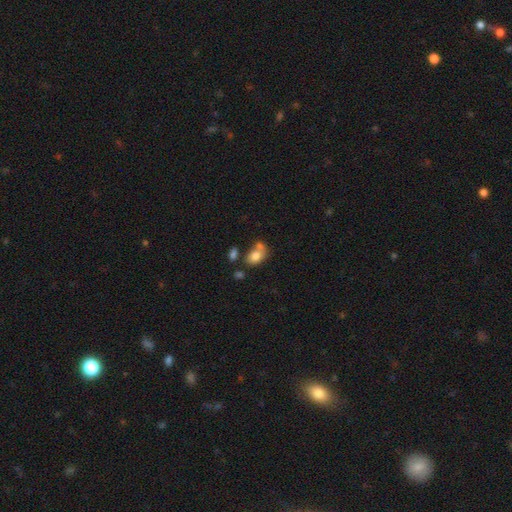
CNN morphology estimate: This appears to be a smooth galaxy with no disk features (78%) that is in between round and cigar-shaped (75%). Merging: none (42%).